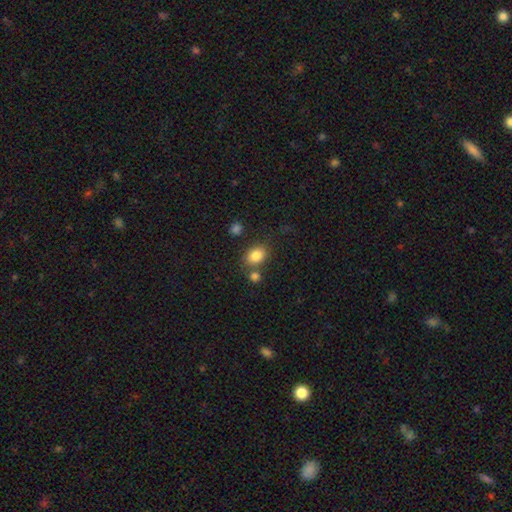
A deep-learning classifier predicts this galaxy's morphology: smooth_or_featured: smooth (p=0.83) [alt: star or artifact p=0.10]
how_rounded: in between (p=0.62) [alt: round p=0.37]
merging: none (p=0.67) [alt: merger p=0.16]